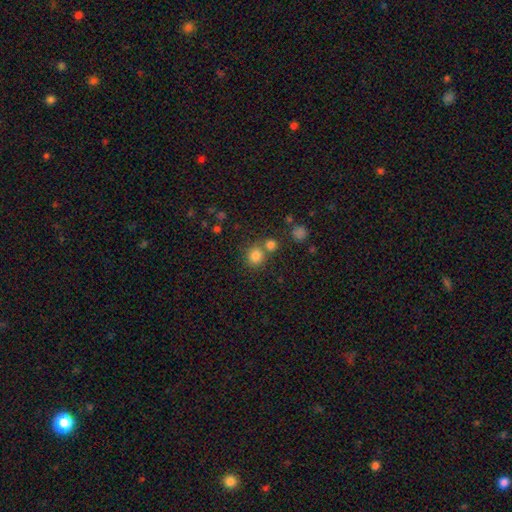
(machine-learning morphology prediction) A smooth galaxy with no disk features (81%) that is round (86%).

Vote fractions:
- Smooth or featured? smooth: 81% / star or artifact: 13% / featured or disk: 6%
- How rounded? round: 86% / in between: 13% / cigar-shaped: 1%
- Merging? none: 62% / merger: 27% / minor disturbance: 8% / major disturbance: 3%